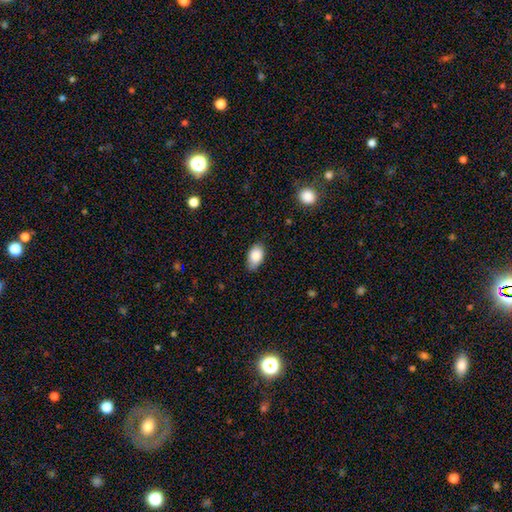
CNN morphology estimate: A smooth galaxy with no disk features (86%) that is in between round and cigar-shaped (92%). Merging: none (79%).